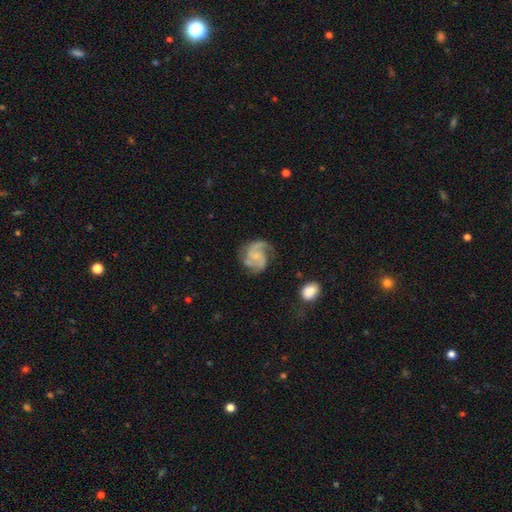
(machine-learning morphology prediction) A featured or disk galaxy (87%) with no bar (65%), 2 (54%) medium (53%) spiral arms (97%) and a small central bulge (59%). Merging: none (68%).